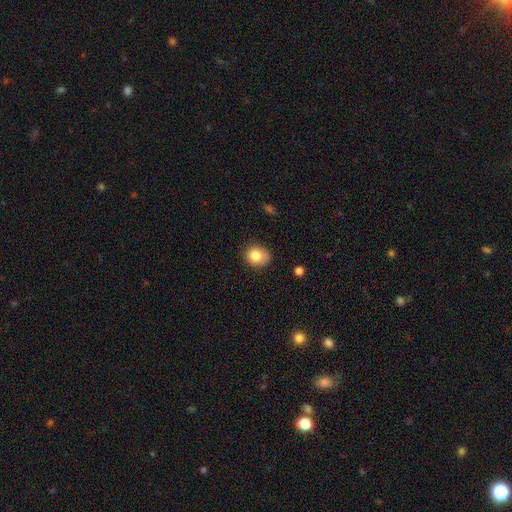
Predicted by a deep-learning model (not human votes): Smooth or featured: smooth — 81% (featured or disk — 10%)
How rounded: round — 63% (in between — 36%)
Merging: none — 65% (minor disturbance — 27%)